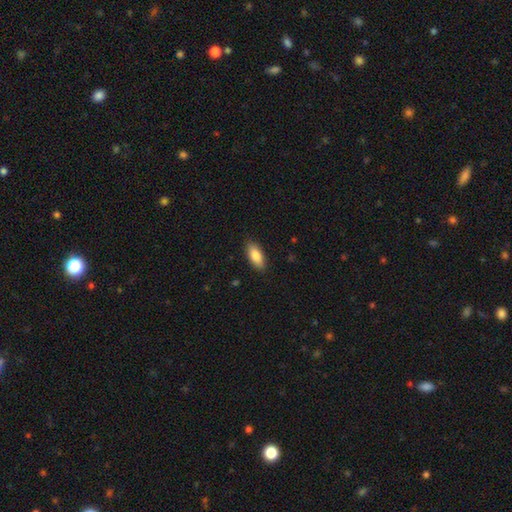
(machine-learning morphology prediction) smooth-or-featured: smooth: 85% | featured or disk: 9% | star or artifact: 6%
  how-rounded: in between: 84% | cigar-shaped: 13% | round: 2%
  merging: none: 88% | minor disturbance: 9% | major disturbance: 2% | merger: 1%